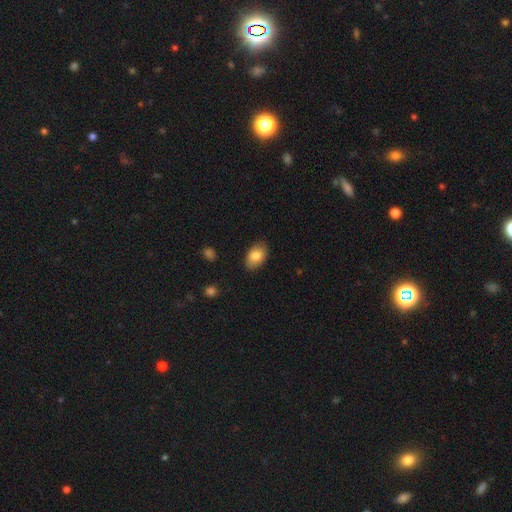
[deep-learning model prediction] A smooth galaxy with no disk features (83%) that is in between round and cigar-shaped (89%).

Vote fractions:
- Smooth or featured? smooth: 83% / featured or disk: 10% / star or artifact: 7%
- How rounded? in between: 89% / round: 9% / cigar-shaped: 1%
- Merging? none: 85% / minor disturbance: 11% / major disturbance: 2% / merger: 1%